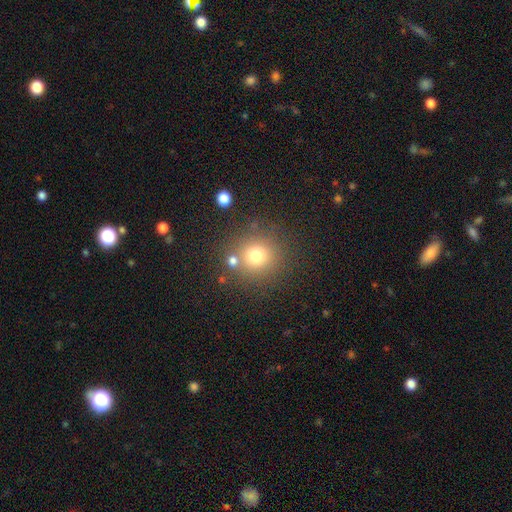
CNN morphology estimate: Smooth or featured? smooth (75%)
How rounded? round (91%)
Merging? none (77%)